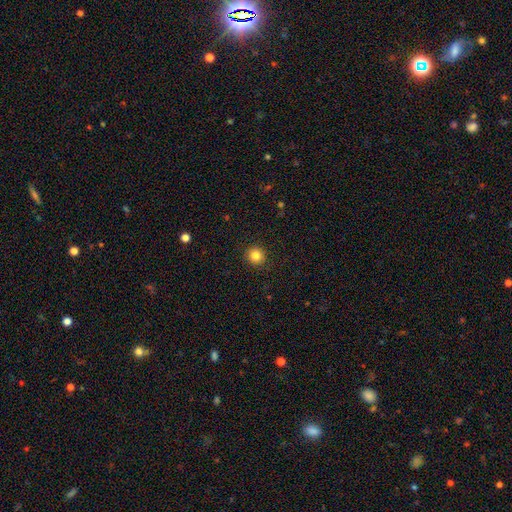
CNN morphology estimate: smooth-or-featured: smooth: 84% | star or artifact: 11% | featured or disk: 5%
  how-rounded: round: 93% | in between: 6% | cigar-shaped: 1%
  merging: none: 92% | minor disturbance: 5% | major disturbance: 2% | merger: 1%